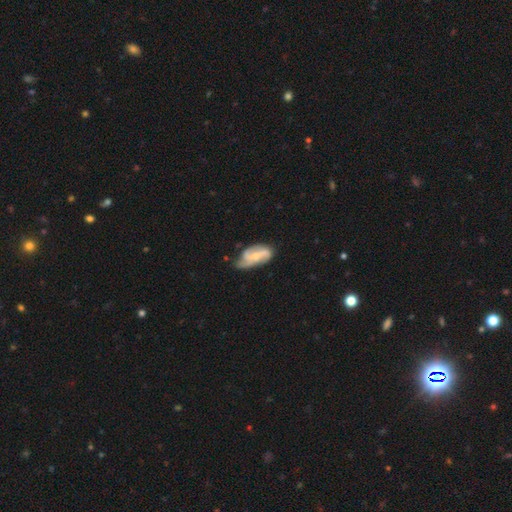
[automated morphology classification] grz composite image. It shows a featured or disk galaxy (73%) with no bar (51%), 3 (40%) medium (45%) spiral arms (91%) and a small central bulge (58%). Merging: none (50%).